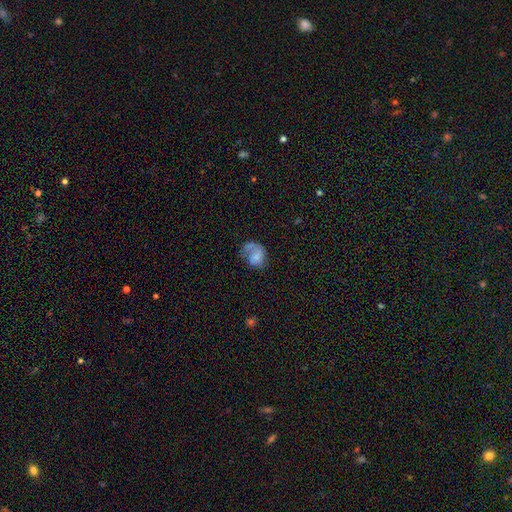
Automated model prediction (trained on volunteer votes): This appears to be a smooth galaxy with no disk features (58%) that is in between round and cigar-shaped (53%). Merging: major disturbance (33%).